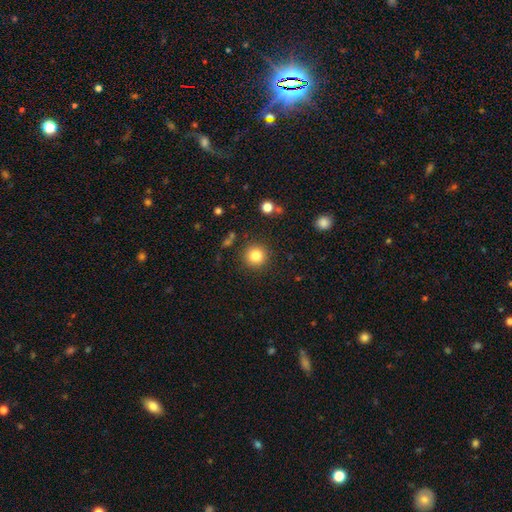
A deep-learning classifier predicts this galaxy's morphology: smooth-or-featured: smooth: 83% | star or artifact: 11% | featured or disk: 6%
  how-rounded: round: 94% | in between: 5% | cigar-shaped: 1%
  merging: none: 88% | minor disturbance: 7% | major disturbance: 3% | merger: 2%